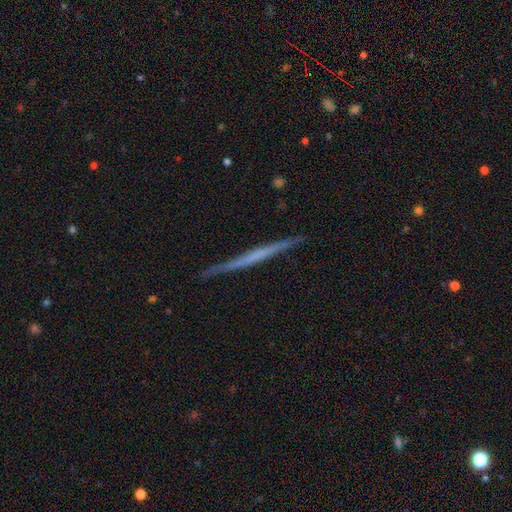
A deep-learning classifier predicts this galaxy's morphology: smooth-or-featured: featured or disk: 63% | smooth: 32% | star or artifact: 6%
  disk-edge-on: yes: 98% | no: 2%
    edge-on-bulge: none: 88% | rounded: 7% | boxy: 5%
  merging: none: 91% | minor disturbance: 7% | major disturbance: 1% | merger: 1%